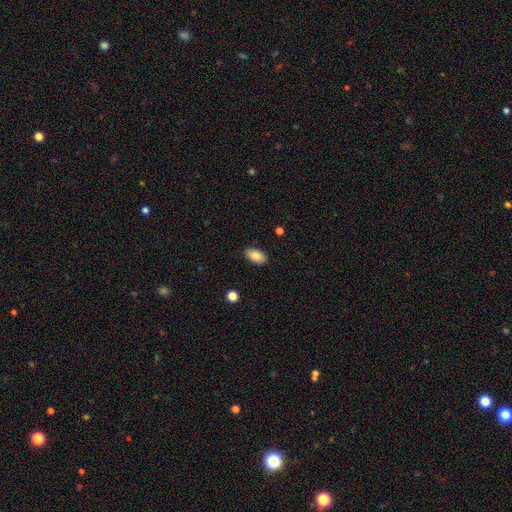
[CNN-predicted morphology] This is clearly a smooth galaxy (87%). How rounded: clearly in between (94%). Merging: clearly none (89%).